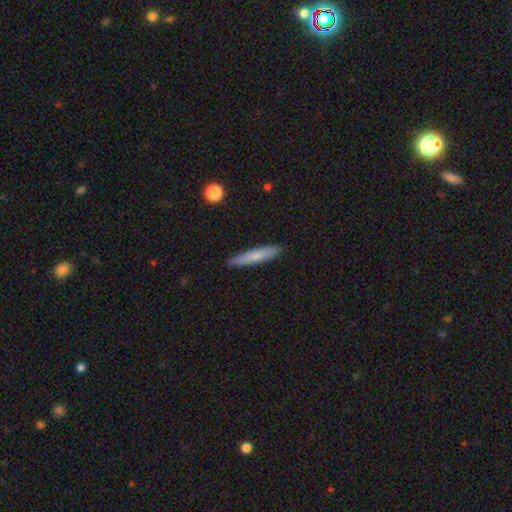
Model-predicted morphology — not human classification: This appears to be a smooth galaxy with no disk features (73%) that is cigar-shaped (92%). Merging: none (90%).